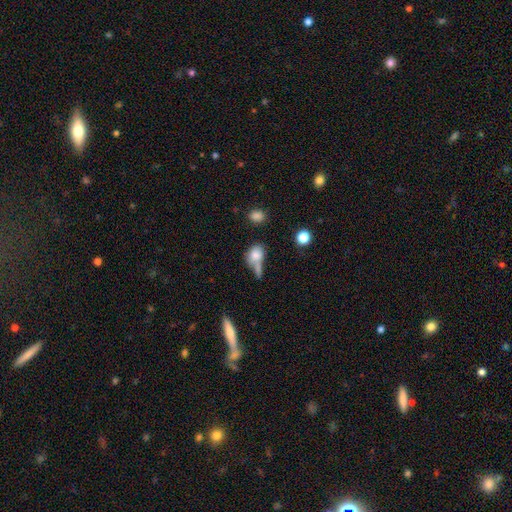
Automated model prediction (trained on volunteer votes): Smooth or featured: smooth — 76% (featured or disk — 15%)
How rounded: in between — 60% (round — 36%)
Merging: merger — 41% (none — 30%)